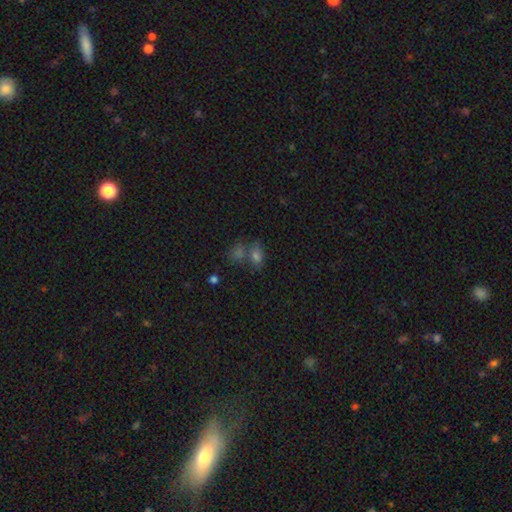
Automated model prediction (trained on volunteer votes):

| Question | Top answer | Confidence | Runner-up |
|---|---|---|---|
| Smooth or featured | smooth | 68% | star or artifact (20%) |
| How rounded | in between | 76% | round (20%) |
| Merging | none | 43% | merger (39%) |